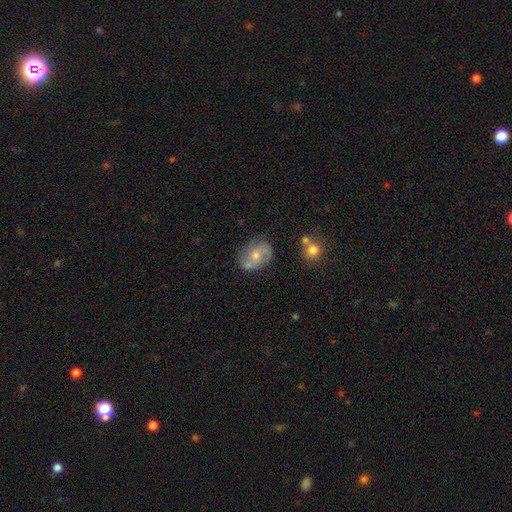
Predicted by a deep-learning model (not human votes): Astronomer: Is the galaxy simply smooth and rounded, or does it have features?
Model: featured or disk — 48% (runner-up: smooth, 43%).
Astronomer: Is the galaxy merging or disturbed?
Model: none — 62%.